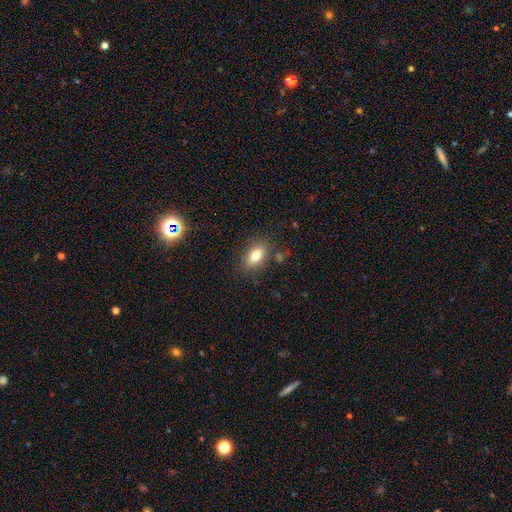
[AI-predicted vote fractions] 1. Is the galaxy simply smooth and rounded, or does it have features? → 80% smooth, 11% featured or disk, 9% star or artifact.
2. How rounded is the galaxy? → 86% in between, 11% round, 3% cigar-shaped.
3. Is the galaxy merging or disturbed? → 81% none, 12% minor disturbance, 4% major disturbance, 3% merger.